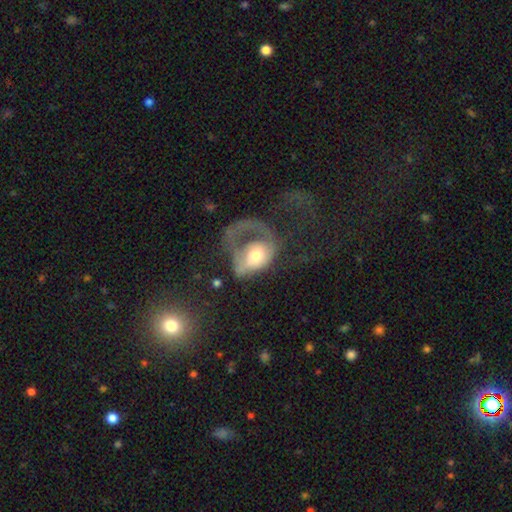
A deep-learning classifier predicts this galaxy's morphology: Smooth or featured?
  - featured or disk: 49% *
  - smooth: 43%
  - star or artifact: 7%
Merging?
  - major disturbance: 69% *
  - none: 14%
  - minor disturbance: 13%
  - merger: 4%